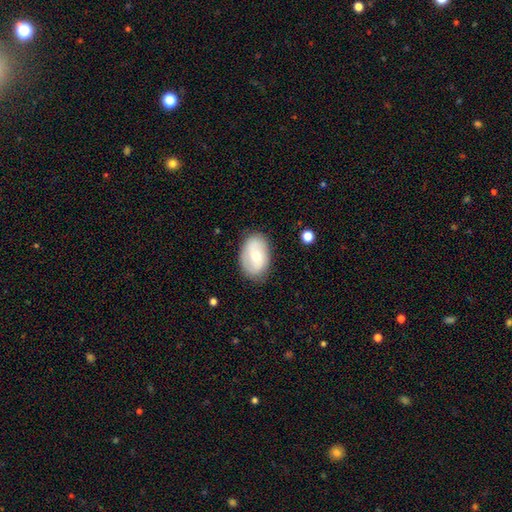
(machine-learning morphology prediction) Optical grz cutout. It shows a smooth galaxy with no disk features (50%) that is in between round and cigar-shaped (85%). Merging: none (81%).